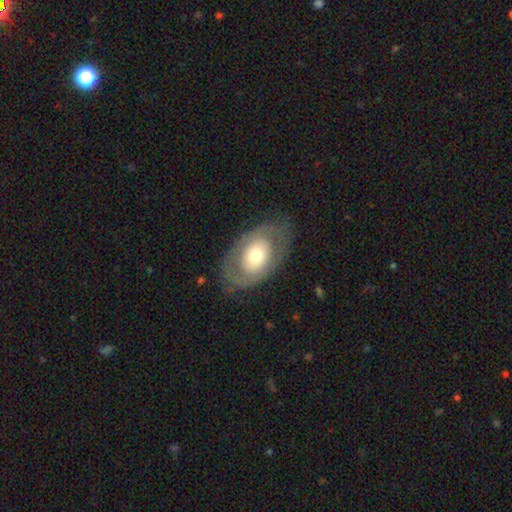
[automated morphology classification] Q: Smooth or featured?
A: smooth (47%); tied with: featured or disk (47%)
Q: Merging?
A: none (76%); runner-up: minor disturbance (15%)